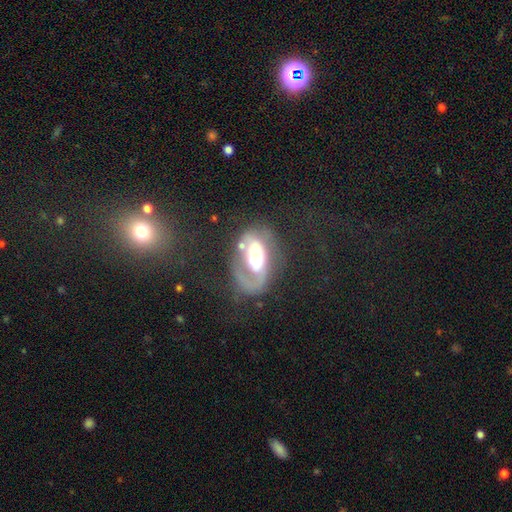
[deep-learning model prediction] The model was most divided on "merging" (2-way tie): major disturbance: 37%, none: 37%, minor disturbance: 19%, merger: 6%; "bulge size" (2-way tie): large: 39%, moderate: 39%, small: 11%, dominant: 9%, none: 2%. More confident: edge-on disk — no (95%); spiral arms — yes (69%); smooth or featured — featured or disk (66%); bar — no (54%).